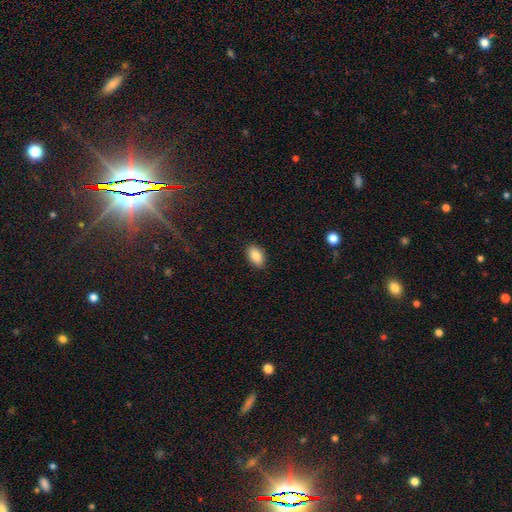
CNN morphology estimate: The model was most divided on "smooth or featured": smooth: 87%, star or artifact: 7%, featured or disk: 5%. More confident: how rounded — in between (91%); merging — none (89%).